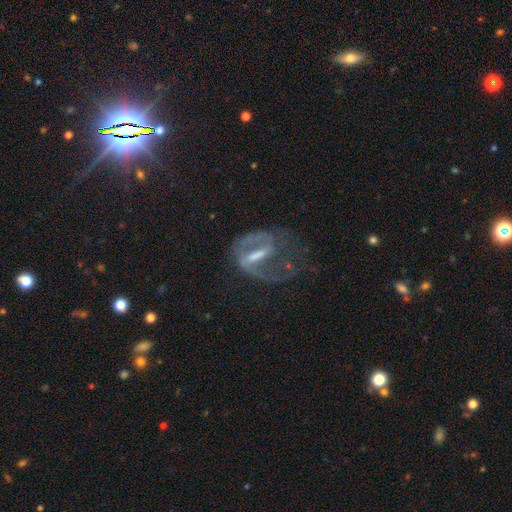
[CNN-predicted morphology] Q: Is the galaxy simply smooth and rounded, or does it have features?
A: featured or disk — 76%.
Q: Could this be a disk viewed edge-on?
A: no — 92%.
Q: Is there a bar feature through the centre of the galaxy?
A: strong — 54%.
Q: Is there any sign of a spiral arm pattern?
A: yes — 74%.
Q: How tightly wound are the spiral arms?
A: medium — 44%.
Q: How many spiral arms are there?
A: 2 — 57%.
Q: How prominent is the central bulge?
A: small — 37%.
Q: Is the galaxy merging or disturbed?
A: major disturbance — 40%.